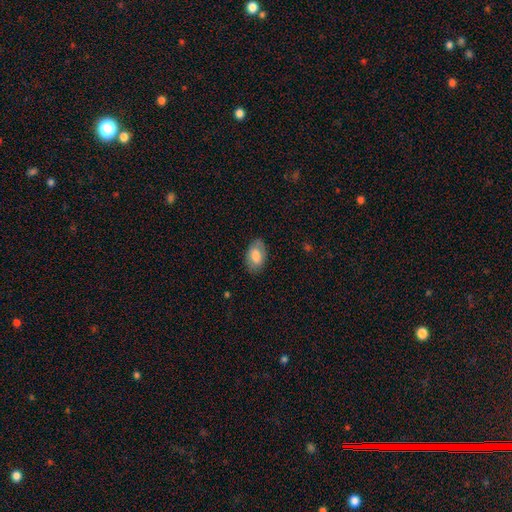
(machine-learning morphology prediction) This is likely a smooth galaxy (75%). How rounded: clearly in between (93%). Merging: clearly none (81%).